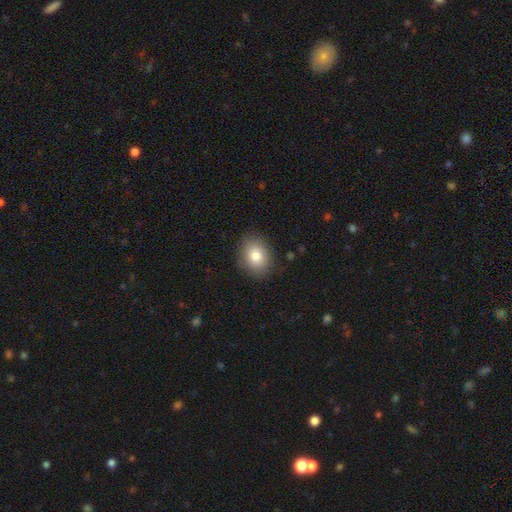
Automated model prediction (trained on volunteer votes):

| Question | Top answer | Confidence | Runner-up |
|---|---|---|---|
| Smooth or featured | smooth | 82% | featured or disk (9%) |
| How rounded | in between | 60% | round (39%) |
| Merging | none | 85% | minor disturbance (11%) |